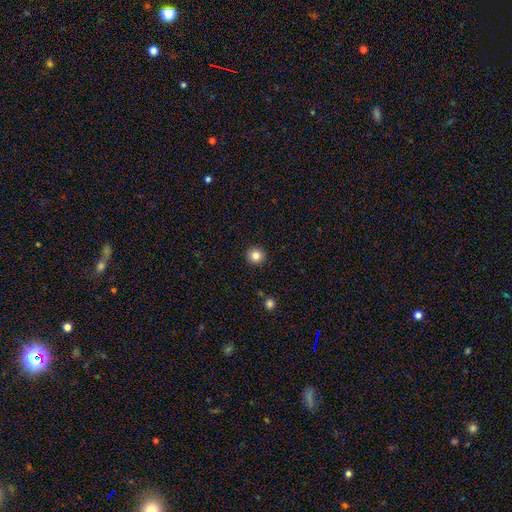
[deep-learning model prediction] Smooth or featured? Predicted: smooth (p=0.85). How rounded? Predicted: round (p=0.92). Merging? Predicted: none (p=0.93).